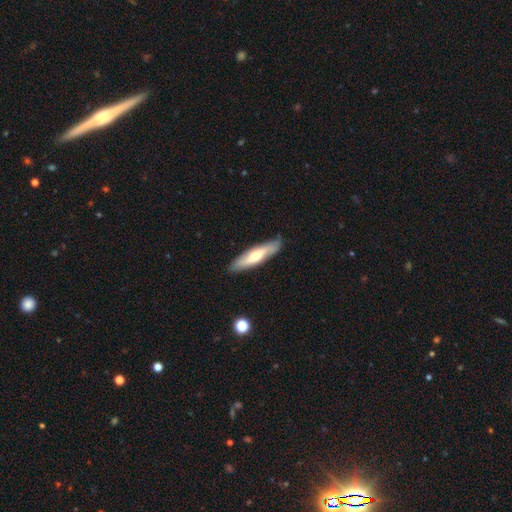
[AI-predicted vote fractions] A featured or disk galaxy (50%). Merging: none (85%).